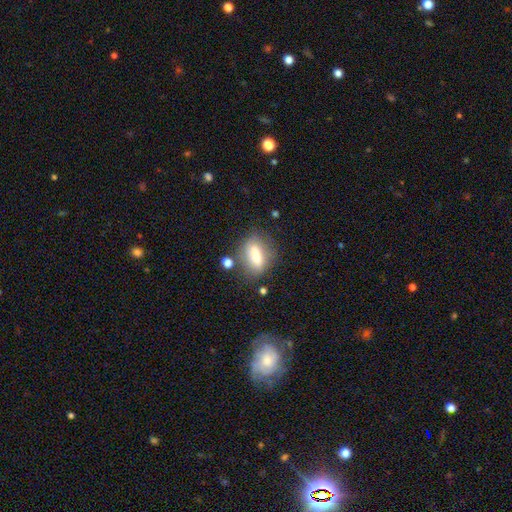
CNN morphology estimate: The model was most divided on "smooth or featured": smooth: 65%, featured or disk: 25%, star or artifact: 10%. More confident: how rounded — in between (64%); merging — none (62%).